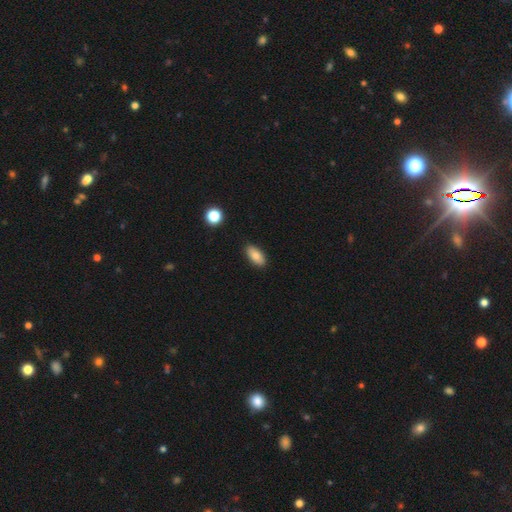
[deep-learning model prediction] smooth-or-featured: smooth: 81% | featured or disk: 11% | star or artifact: 8%
  how-rounded: in between: 88% | cigar-shaped: 8% | round: 3%
  merging: none: 88% | minor disturbance: 8% | major disturbance: 2% | merger: 1%